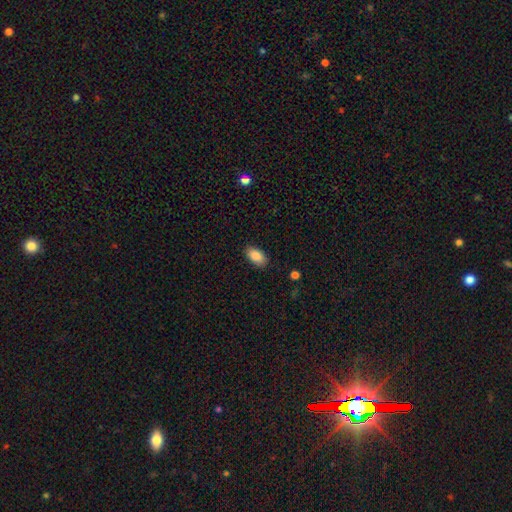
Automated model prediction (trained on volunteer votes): smooth_or_featured: smooth (p=0.87) [alt: star or artifact p=0.07]
how_rounded: in between (p=0.93) [alt: round p=0.04]
merging: none (p=0.87) [alt: minor disturbance p=0.10]